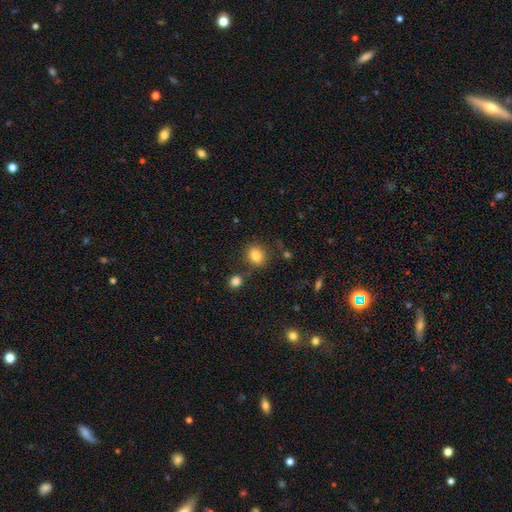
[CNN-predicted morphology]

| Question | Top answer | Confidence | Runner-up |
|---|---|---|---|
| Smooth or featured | smooth | 83% | star or artifact (10%) |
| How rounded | round | 56% | in between (43%) |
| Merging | none | 77% | minor disturbance (12%) |